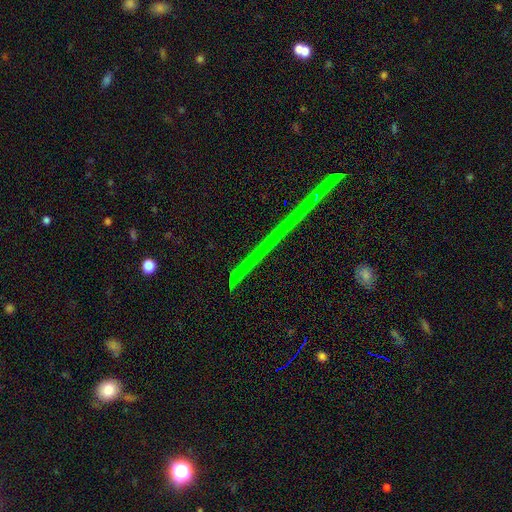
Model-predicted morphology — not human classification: Q: Smooth or featured?
A: star or artifact (80%); runner-up: featured or disk (13%)